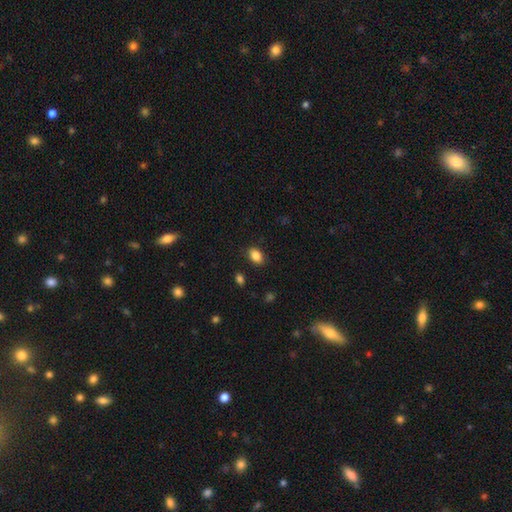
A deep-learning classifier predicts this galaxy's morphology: The model was most divided on "how rounded": in between: 81%, round: 18%, cigar-shaped: 1%. More confident: merging — none (87%); smooth or featured — smooth (86%).